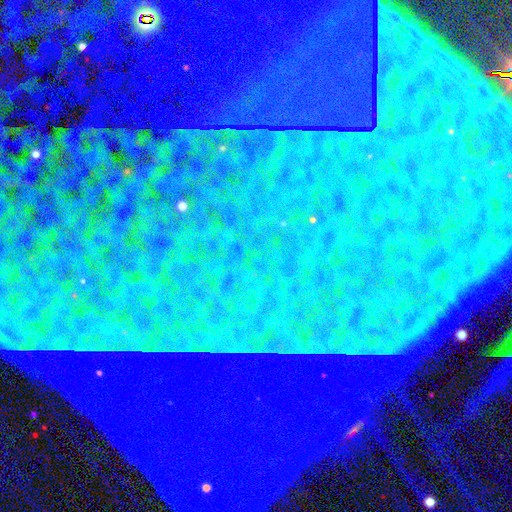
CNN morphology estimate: Smooth or featured? star or artifact (87%)